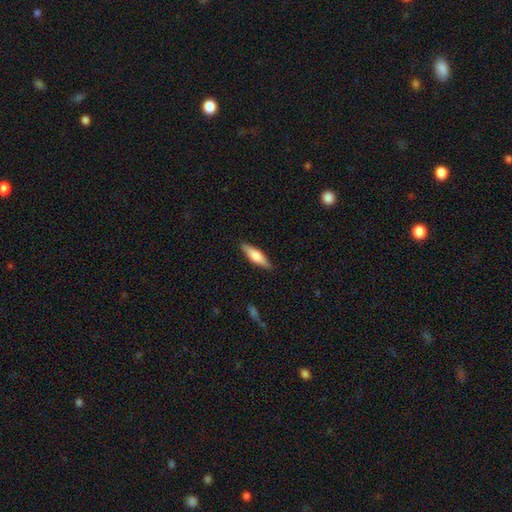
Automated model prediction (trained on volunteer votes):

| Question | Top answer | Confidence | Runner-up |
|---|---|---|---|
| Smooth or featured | smooth | 67% | featured or disk (28%) |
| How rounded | cigar-shaped | 59% | in between (39%) |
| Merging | none | 87% | minor disturbance (10%) |